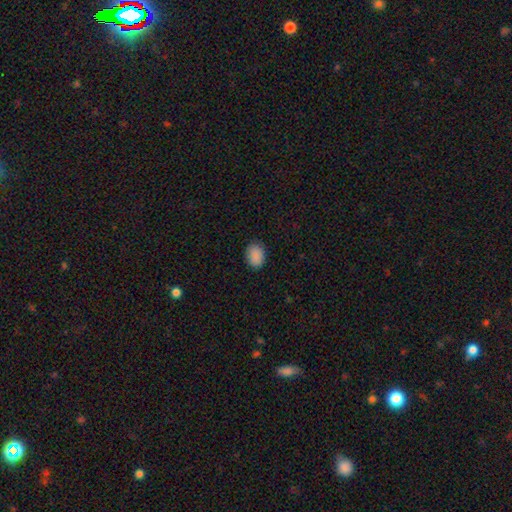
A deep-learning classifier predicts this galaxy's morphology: A smooth galaxy with no disk features (88%) that is in between round and cigar-shaped (66%). Merging: none (86%).